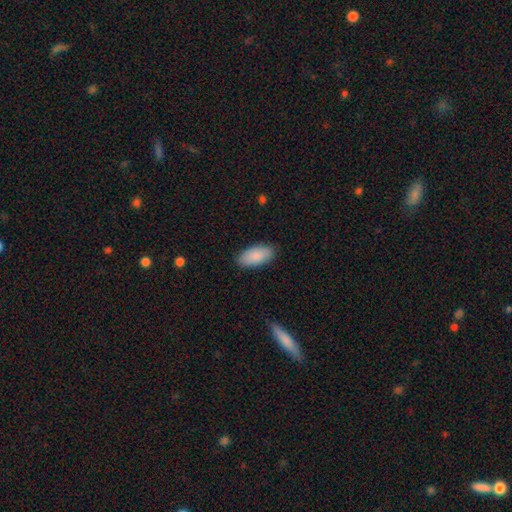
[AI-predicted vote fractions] Smooth or featured: smooth — 87% (featured or disk — 7%)
How rounded: in between — 92% (cigar-shaped — 6%)
Merging: none — 86% (minor disturbance — 10%)